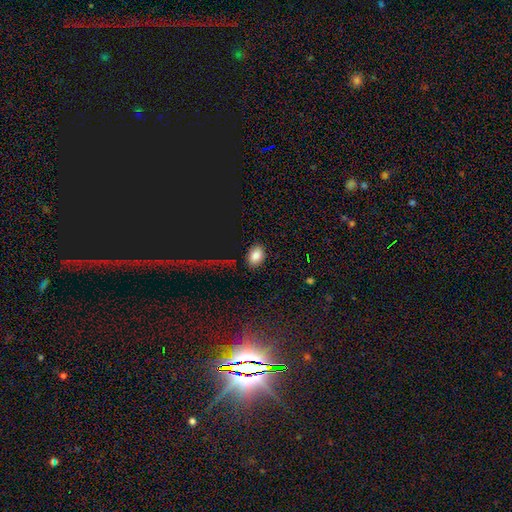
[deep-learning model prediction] This is clearly a smooth galaxy (82%). How rounded: likely in between (78%). Merging: clearly none (85%).